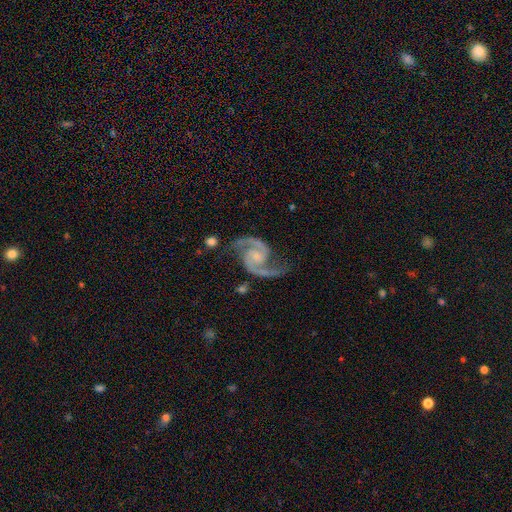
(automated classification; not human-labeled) featured or disk 94%, star or artifact 4%, smooth 2%. Down the decision tree: edge-on disk — no (98%); bar — no (56%); spiral arms — yes (99%); spiral arm count — 2 (95%); spiral winding — medium (64%); bulge size — small (58%); merging — none (74%).